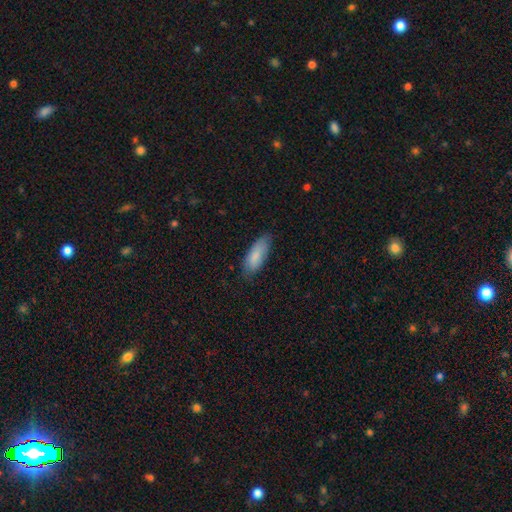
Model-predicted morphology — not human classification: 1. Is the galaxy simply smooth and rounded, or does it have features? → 83% smooth, 11% featured or disk, 6% star or artifact.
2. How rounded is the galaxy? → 72% in between, 27% cigar-shaped, 2% round.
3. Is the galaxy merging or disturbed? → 72% none, 23% minor disturbance, 4% major disturbance, 1% merger.